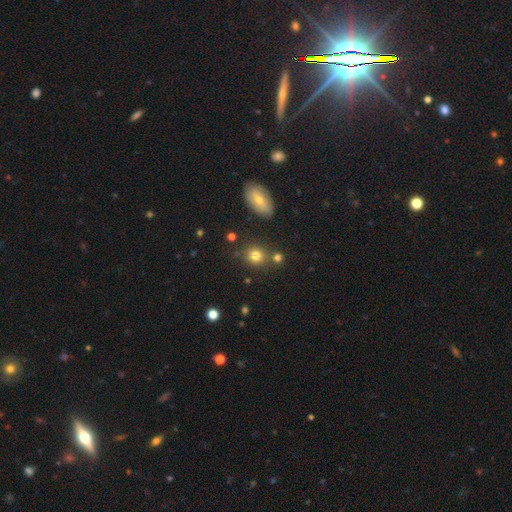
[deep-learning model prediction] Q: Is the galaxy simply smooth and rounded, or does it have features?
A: smooth — 79%.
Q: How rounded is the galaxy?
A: round — 78%.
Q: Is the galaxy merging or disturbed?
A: none — 74%.